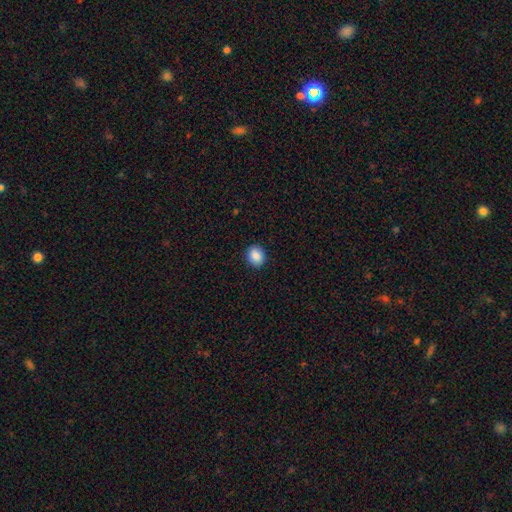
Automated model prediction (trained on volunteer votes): The model was most divided on "how rounded": round: 68%, in between: 31%, cigar-shaped: 1%. More confident: merging — none (91%); smooth or featured — smooth (88%).